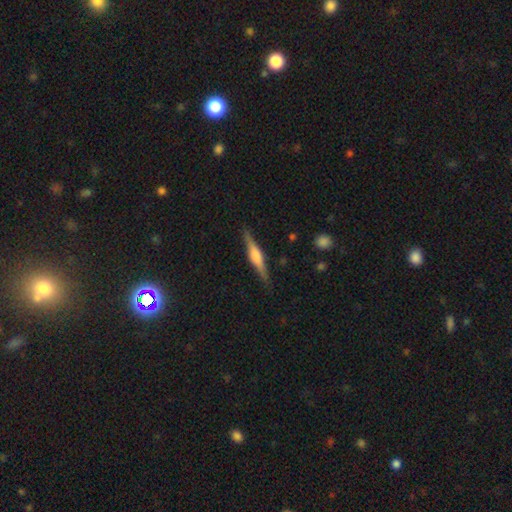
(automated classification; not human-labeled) This is likely a featured or disk galaxy (71%). It is clearly viewed edge-on (98%). Edge-on bulge: likely rounded (68%). Merging: clearly none (89%).